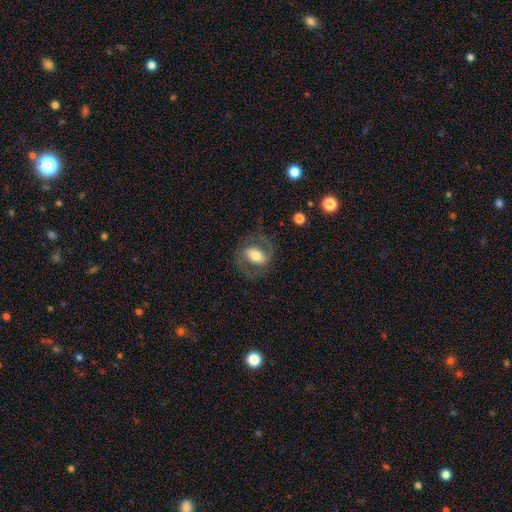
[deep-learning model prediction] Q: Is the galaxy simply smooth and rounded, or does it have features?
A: featured or disk — 65%.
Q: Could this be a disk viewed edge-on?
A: no — 95%.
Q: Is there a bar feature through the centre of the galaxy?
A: strong — 37%.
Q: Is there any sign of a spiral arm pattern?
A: yes — 77%.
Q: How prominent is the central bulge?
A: moderate — 59%.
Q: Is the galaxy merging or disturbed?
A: none — 71%.